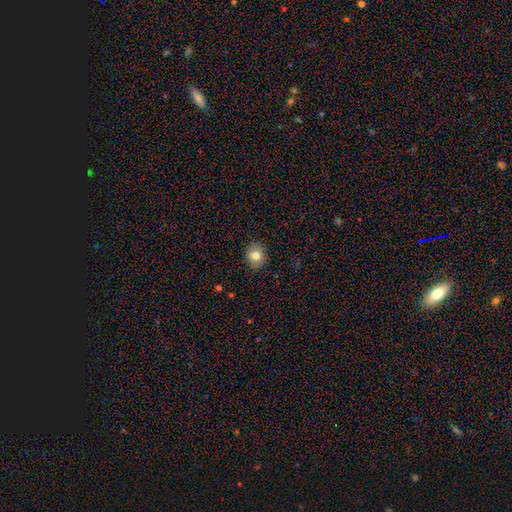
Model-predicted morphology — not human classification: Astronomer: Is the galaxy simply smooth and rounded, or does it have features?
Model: smooth — 78%.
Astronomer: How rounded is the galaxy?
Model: round — 71%.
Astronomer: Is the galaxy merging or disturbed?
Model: none — 89%.